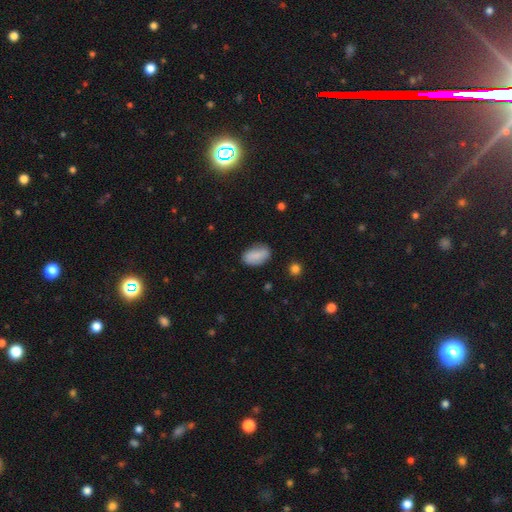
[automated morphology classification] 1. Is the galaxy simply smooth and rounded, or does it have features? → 83% smooth, 10% featured or disk, 7% star or artifact.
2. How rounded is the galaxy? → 92% in between, 5% round, 3% cigar-shaped.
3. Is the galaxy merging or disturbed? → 81% none, 14% minor disturbance, 3% major disturbance, 2% merger.